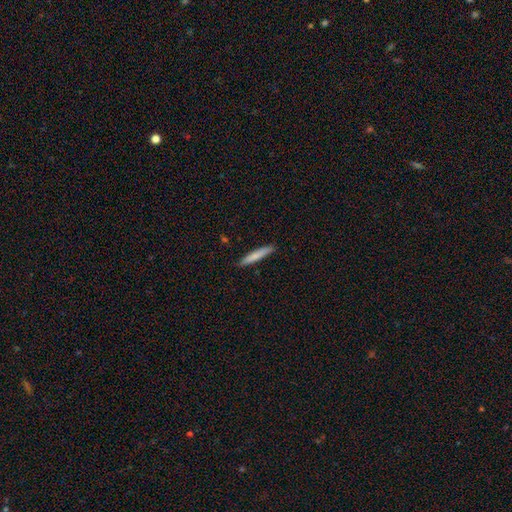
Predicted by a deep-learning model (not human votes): Q: Smooth or featured?
A: smooth (77%); runner-up: featured or disk (18%)
Q: How rounded?
A: cigar-shaped (93%); runner-up: in between (6%)
Q: Merging?
A: none (89%); runner-up: minor disturbance (8%)